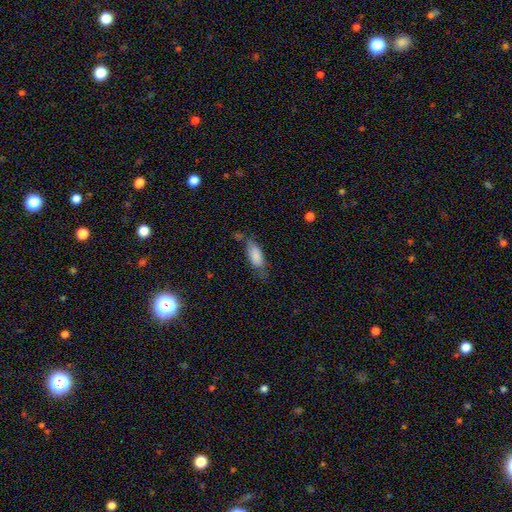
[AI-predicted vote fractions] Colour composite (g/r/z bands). It shows a smooth galaxy with no disk features (82%) that is in between round and cigar-shaped (78%). Merging: none (50%).